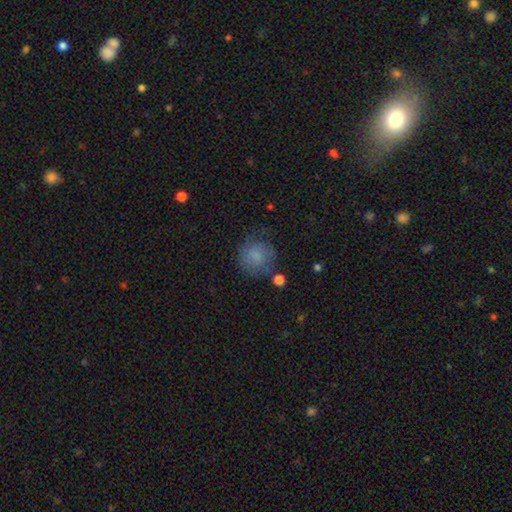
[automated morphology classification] This appears to be a smooth galaxy with no disk features (78%) that is round (91%). Merging: none (68%).